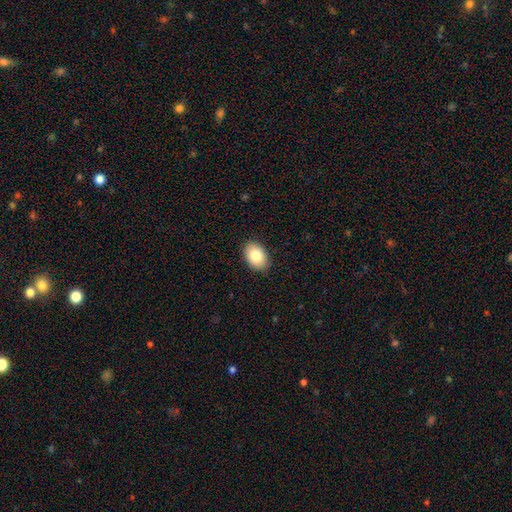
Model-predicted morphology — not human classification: A smooth galaxy with no disk features (83%) that is in between round and cigar-shaped (83%). Merging: none (88%).